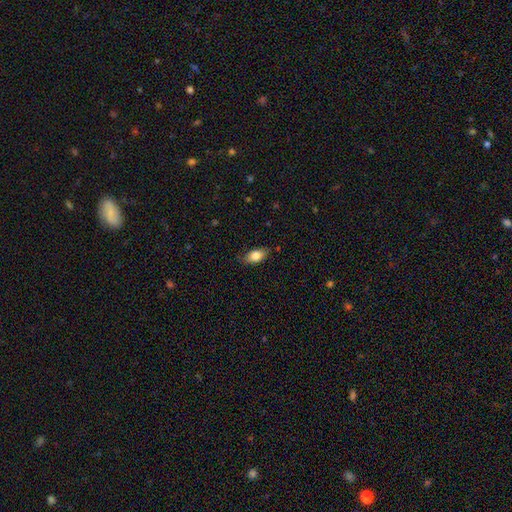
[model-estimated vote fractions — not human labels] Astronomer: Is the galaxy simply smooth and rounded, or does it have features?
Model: smooth — 79%.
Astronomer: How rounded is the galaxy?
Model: in between — 86%.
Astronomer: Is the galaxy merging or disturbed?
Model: none — 77%.